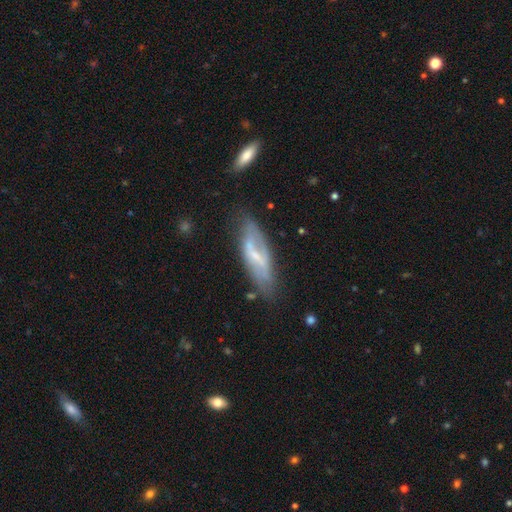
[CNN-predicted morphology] smooth-or-featured: featured or disk: 64% | smooth: 29% | star or artifact: 7%
  disk-edge-on: no: 70% | yes: 30%
  merging: none: 64% | minor disturbance: 23% | major disturbance: 9% | merger: 4%